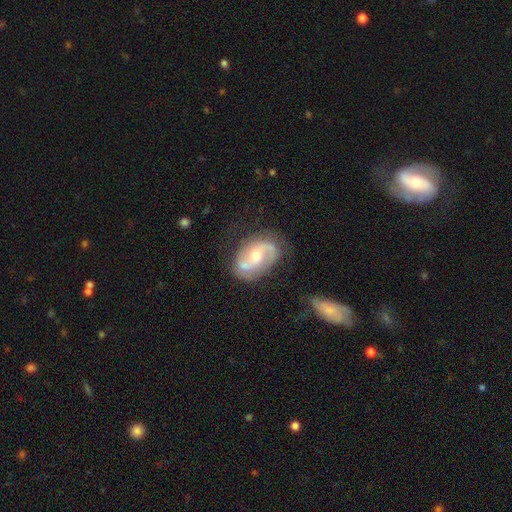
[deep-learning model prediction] Smooth or featured?
  - featured or disk: 80% *
  - smooth: 14%
  - star or artifact: 6%
Edge-on disk?
  - no: 97% *
  - yes: 3%
Bar?
  - no: 47% *
  - weak: 41%
  - strong: 13%
Spiral arms?
  - yes: 91% *
  - no: 9%
Spiral winding?
  - medium: 49% *
  - loose: 34%
  - tight: 17%
Spiral arm count?
  - 2: 88% *
  - can't tell: 5%
  - 1: 3%
  - 3: 1%
  - 4: 1%
  - more than 4: 1%
Bulge size?
  - moderate: 69% *
  - small: 24%
  - large: 5%
  - none: 1%
  - dominant: 1%
Merging?
  - none: 65% *
  - minor disturbance: 19%
  - merger: 8%
  - major disturbance: 7%